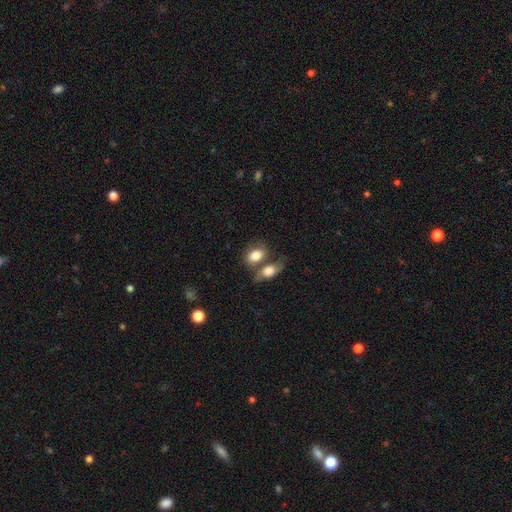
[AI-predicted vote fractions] Smooth or featured? Predicted: smooth (p=0.77). How rounded? Predicted: in between (p=0.78). Merging? Predicted: merger (p=0.46).